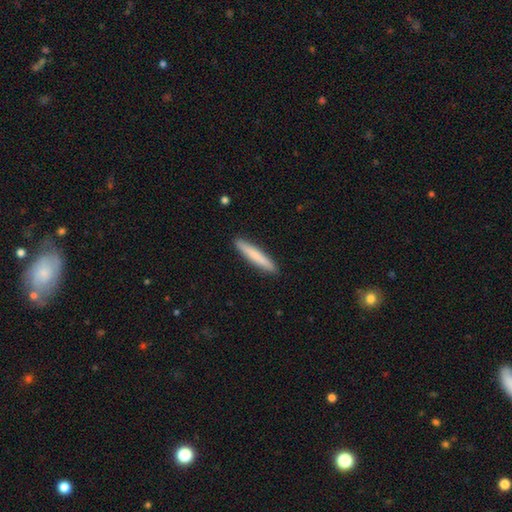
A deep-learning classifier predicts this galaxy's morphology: type=smooth (75%); roundness=cigar-shaped (95%); merging=none (92%).